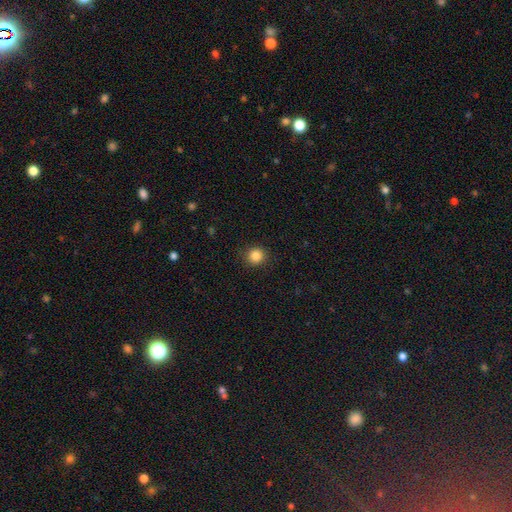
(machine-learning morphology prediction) Overall: smooth (85%). How rounded: round (91%). Merging: none (91%).